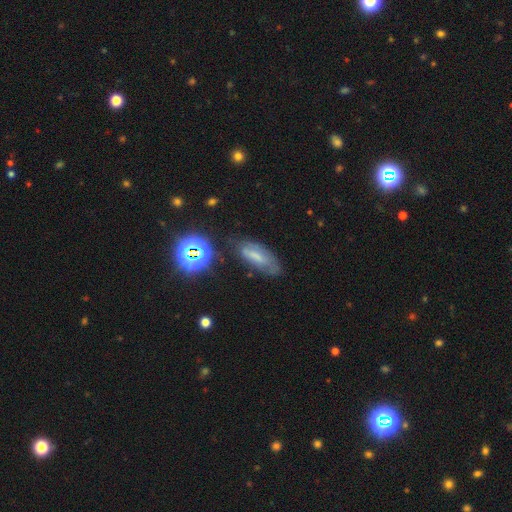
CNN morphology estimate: Smooth or featured? smooth (50%)
How rounded? in between (70%)
Merging? none (61%)